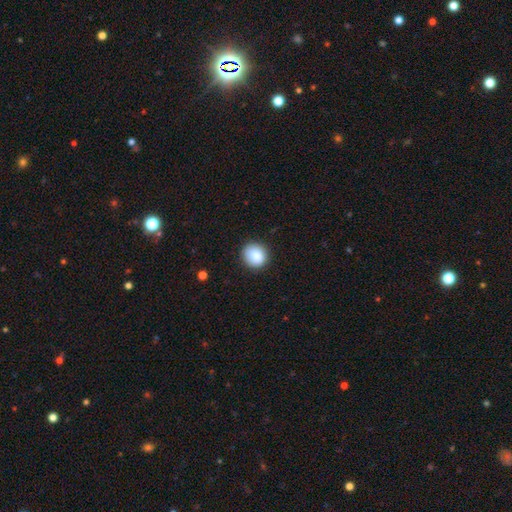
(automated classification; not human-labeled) The model was most divided on "how rounded": round: 85%, in between: 14%, cigar-shaped: 1%. More confident: smooth or featured — smooth (87%); merging — none (87%).